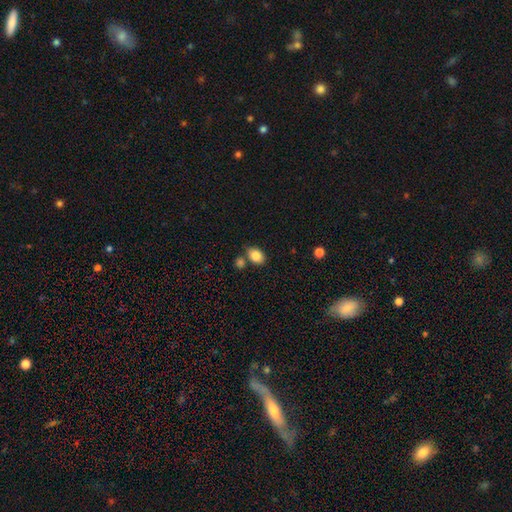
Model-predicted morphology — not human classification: This appears to be a smooth galaxy with no disk features (85%) that is in between round and cigar-shaped (77%). Merging: none (68%).